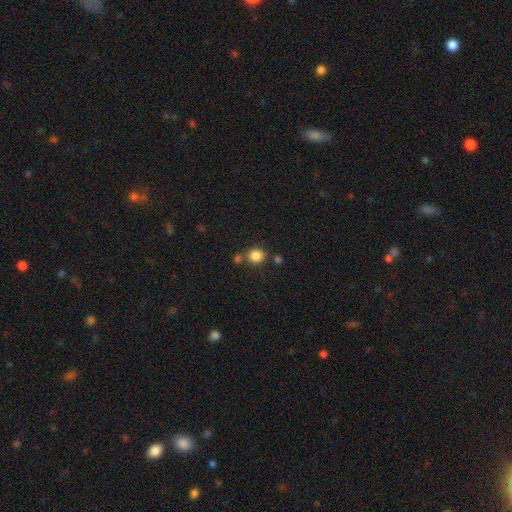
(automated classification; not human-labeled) Q: Smooth or featured?
A: smooth (85%); runner-up: star or artifact (11%)
Q: How rounded?
A: round (86%); runner-up: in between (13%)
Q: Merging?
A: none (74%); runner-up: merger (14%)